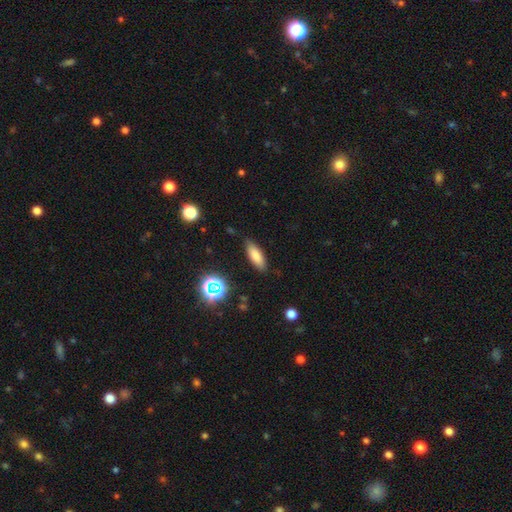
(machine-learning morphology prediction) This is likely a smooth galaxy (79%). How rounded: likely in between (66%). Merging: clearly none (85%).